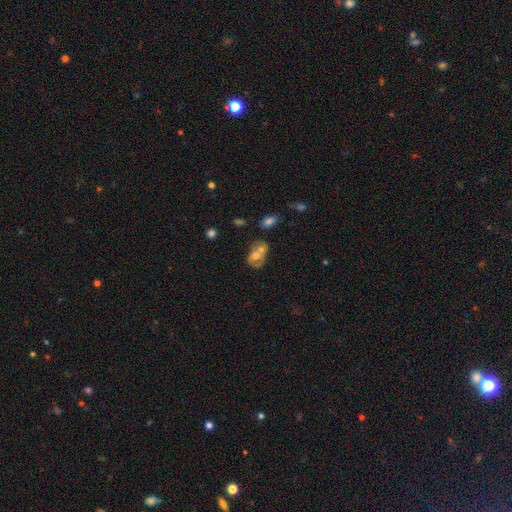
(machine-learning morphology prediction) Smooth or featured: smooth — 53% (featured or disk — 37%)
How rounded: in between — 72% (round — 26%)
Merging: merger — 54% (none — 24%)